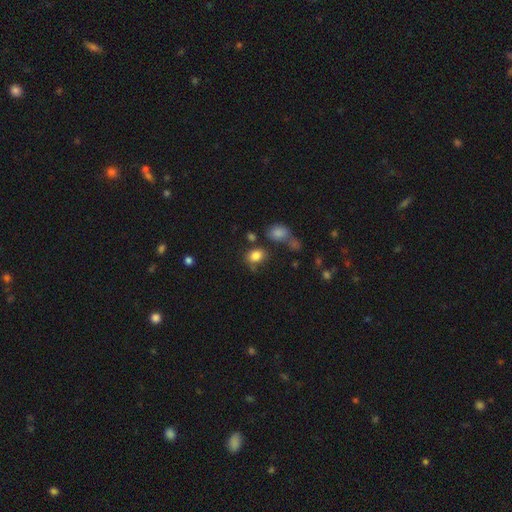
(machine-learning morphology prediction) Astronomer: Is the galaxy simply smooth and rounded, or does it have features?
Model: smooth — 83%.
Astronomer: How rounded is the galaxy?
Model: in between — 68%.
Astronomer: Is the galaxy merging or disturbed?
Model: none — 68%.